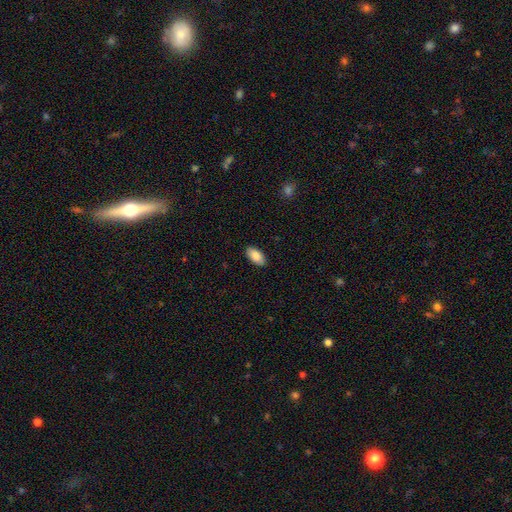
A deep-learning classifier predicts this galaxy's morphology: smooth 86%, featured or disk 7%, star or artifact 6%. Down the decision tree: how rounded — in between (94%); merging — none (88%).